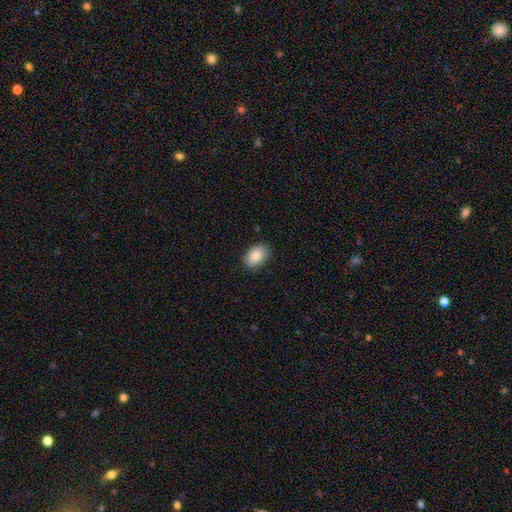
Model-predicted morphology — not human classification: This appears to be a smooth galaxy with no disk features (85%) that is in between round and cigar-shaped (86%). Merging: none (84%).